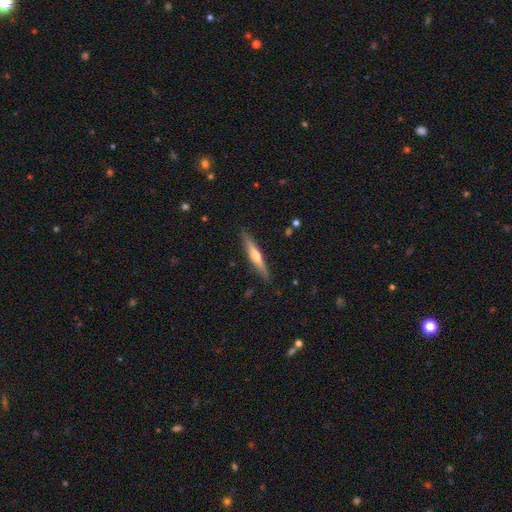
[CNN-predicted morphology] smooth-or-featured: featured or disk: 56% | smooth: 39% | star or artifact: 5%
  disk-edge-on: yes: 96% | no: 4%
    edge-on-bulge: rounded: 83% | none: 12% | boxy: 5%
  merging: none: 88% | minor disturbance: 9% | major disturbance: 2% | merger: 1%